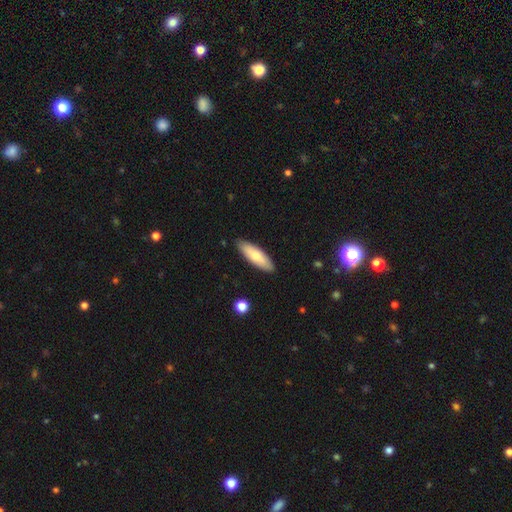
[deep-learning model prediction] A smooth galaxy with no disk features (70%) that is in between round and cigar-shaped (51%). Merging: none (88%).